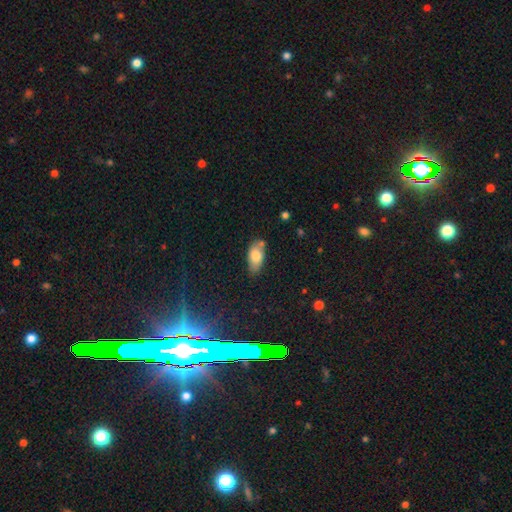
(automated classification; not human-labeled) Smooth or featured? Predicted: smooth (p=0.77). How rounded? Predicted: in between (p=0.91). Merging? Predicted: none (p=0.64).